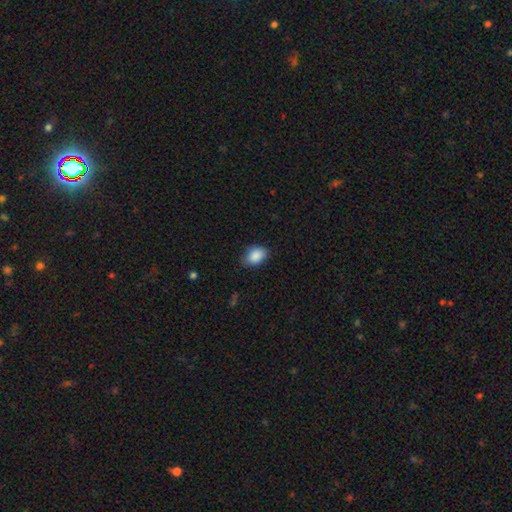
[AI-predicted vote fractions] Smooth or featured?
  - smooth: 89% *
  - star or artifact: 7%
  - featured or disk: 4%
How rounded?
  - in between: 82% *
  - round: 17%
  - cigar-shaped: 1%
Merging?
  - none: 79% *
  - minor disturbance: 17%
  - major disturbance: 3%
  - merger: 1%